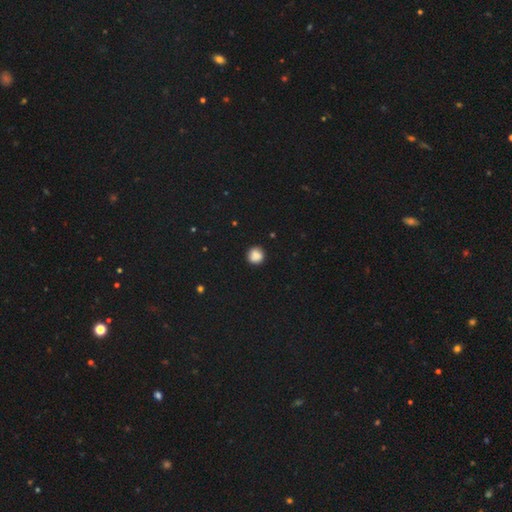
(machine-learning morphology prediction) Smooth or featured? Predicted: smooth (p=0.86). How rounded? Predicted: round (p=0.91). Merging? Predicted: none (p=0.86).